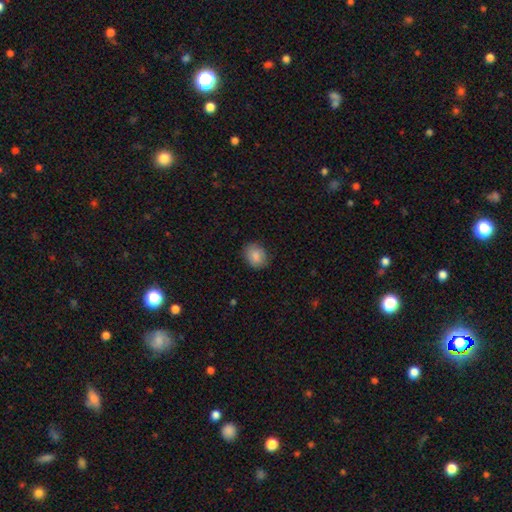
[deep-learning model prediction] smooth 86%, star or artifact 8%, featured or disk 6%. Down the decision tree: how rounded — round (50%); merging — none (83%).